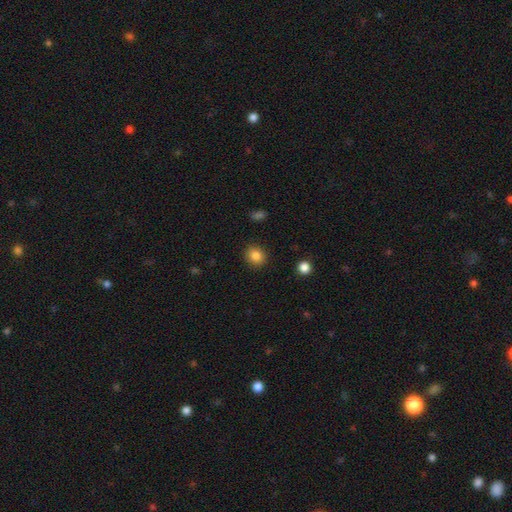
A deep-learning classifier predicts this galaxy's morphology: A smooth galaxy with no disk features (85%) that is round (77%). Merging: none (89%).